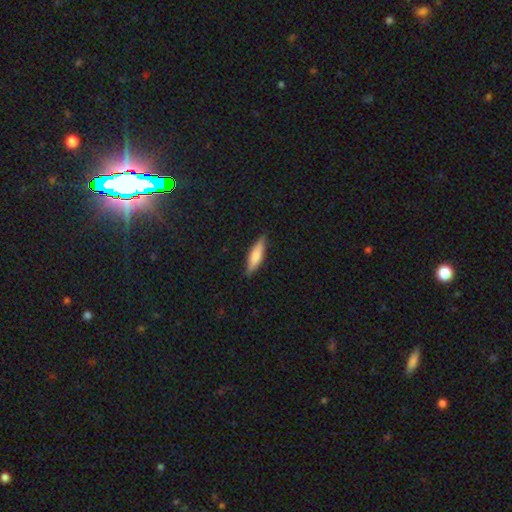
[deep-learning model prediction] smooth-or-featured: smooth: 68% | featured or disk: 26% | star or artifact: 6%
  how-rounded: cigar-shaped: 68% | in between: 30% | round: 2%
  merging: none: 86% | minor disturbance: 11% | major disturbance: 2% | merger: 1%